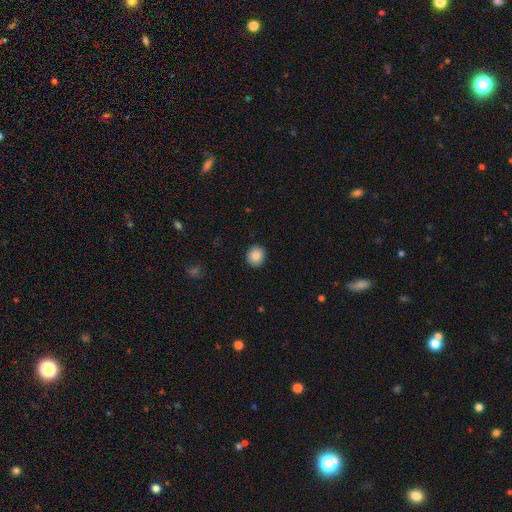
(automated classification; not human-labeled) A smooth galaxy with no disk features (87%) that is round (79%). Merging: none (91%).